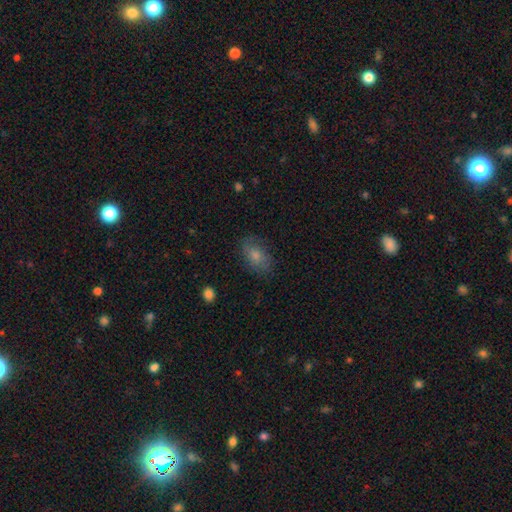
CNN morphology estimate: smooth 71%, featured or disk 20%, star or artifact 9%. Down the decision tree: how rounded — in between (86%); merging — none (73%).